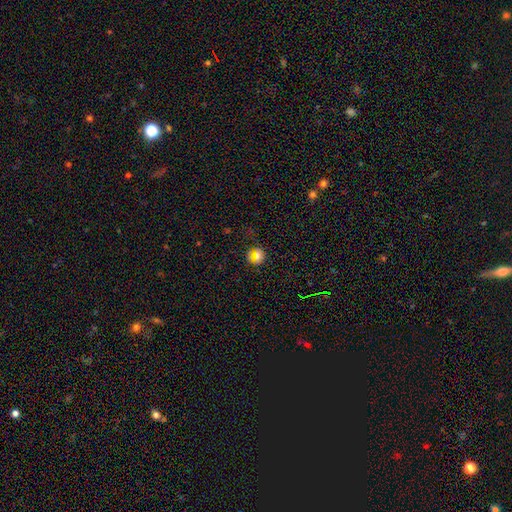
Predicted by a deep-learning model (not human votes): A smooth galaxy with no disk features (61%) that is round (82%). Merging: none (74%).